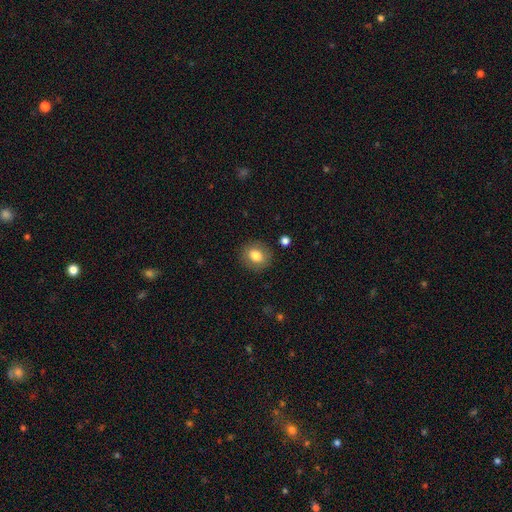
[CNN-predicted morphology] type=smooth (80%); roundness=round (76%); merging=none (88%).